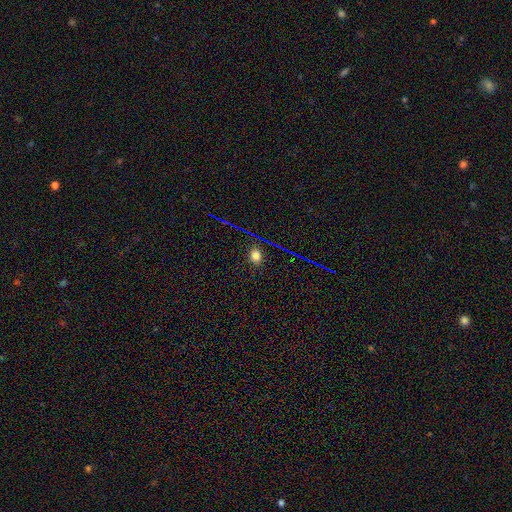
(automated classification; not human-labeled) A smooth galaxy with no disk features (71%) that is in between round and cigar-shaped (53%).

Vote fractions:
- Smooth or featured? smooth: 71% / star or artifact: 21% / featured or disk: 8%
- How rounded? in between: 53% / round: 46% / cigar-shaped: 2%
- Merging? none: 85% / minor disturbance: 11% / major disturbance: 3% / merger: 2%